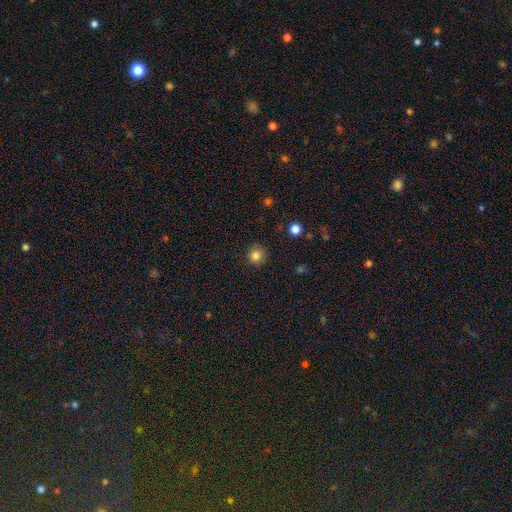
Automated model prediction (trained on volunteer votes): A smooth galaxy with no disk features (83%) that is round (92%).

Vote fractions:
- Smooth or featured? smooth: 83% / star or artifact: 12% / featured or disk: 5%
- How rounded? round: 92% / in between: 7% / cigar-shaped: 1%
- Merging? none: 88% / minor disturbance: 9% / major disturbance: 2% / merger: 1%